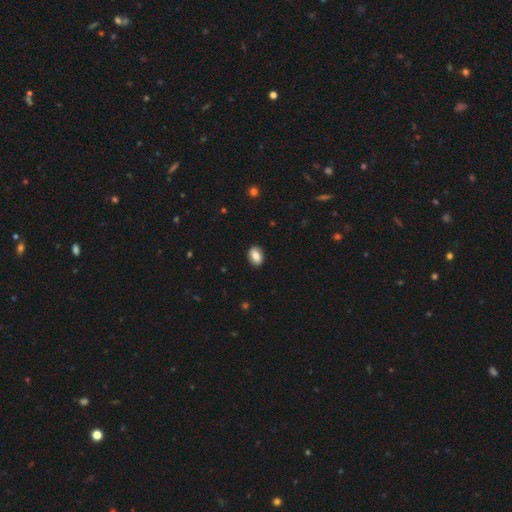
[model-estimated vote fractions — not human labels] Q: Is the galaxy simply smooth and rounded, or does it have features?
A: smooth — 79%.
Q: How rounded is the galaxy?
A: in between — 81%.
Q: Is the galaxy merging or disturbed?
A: none — 88%.